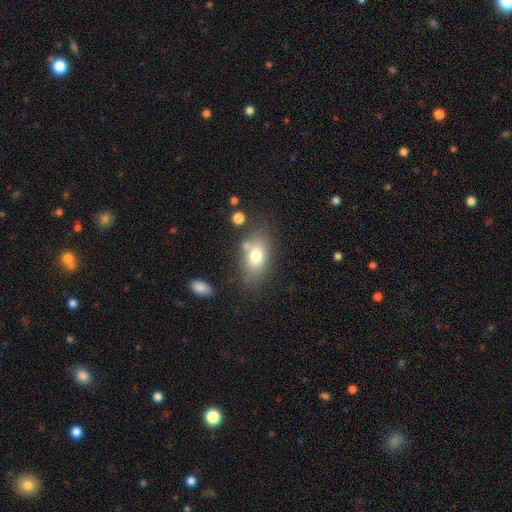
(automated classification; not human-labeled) Smooth or featured? smooth (74%)
How rounded? in between (85%)
Merging? none (66%)